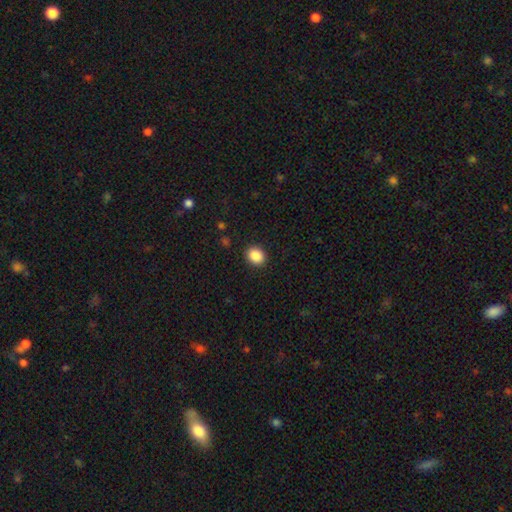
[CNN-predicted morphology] Overall: smooth (88%). How rounded: round (58%; in between 42%). Merging: none (90%).